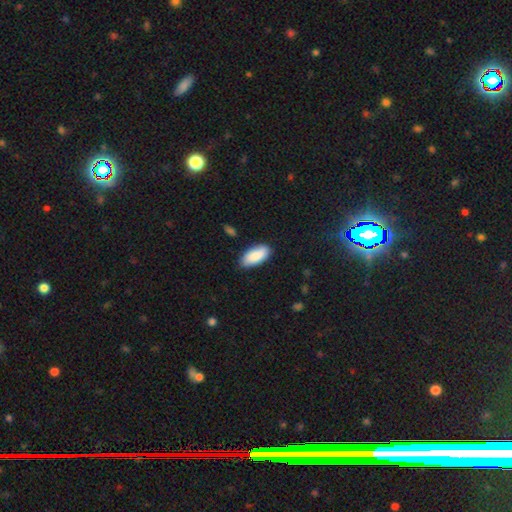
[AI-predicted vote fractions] This is clearly a smooth galaxy (89%). How rounded: clearly in between (91%). Merging: clearly none (84%).